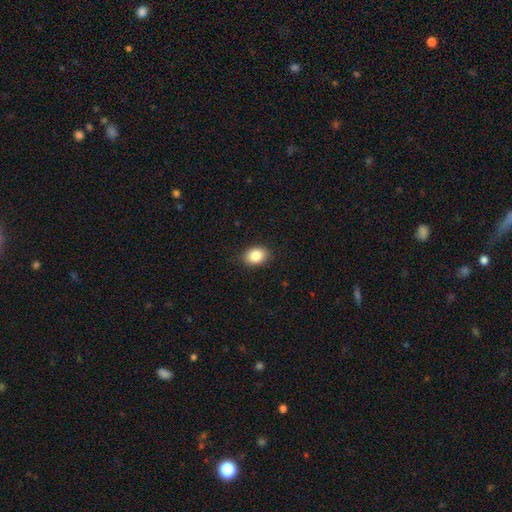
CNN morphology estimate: A smooth galaxy with no disk features (86%) that is in between round and cigar-shaped (72%). Merging: none (88%).